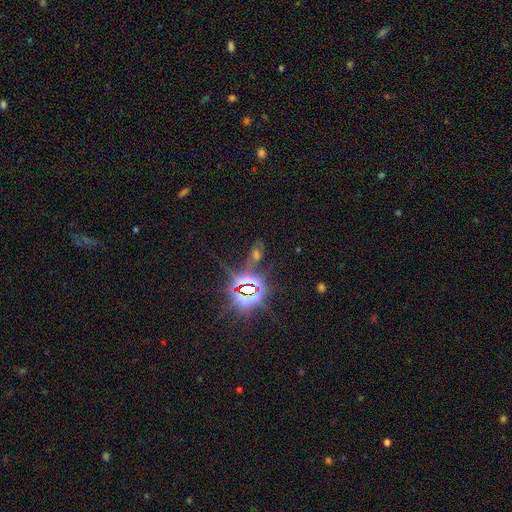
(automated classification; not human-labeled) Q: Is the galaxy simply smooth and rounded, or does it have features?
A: star or artifact — 72%.